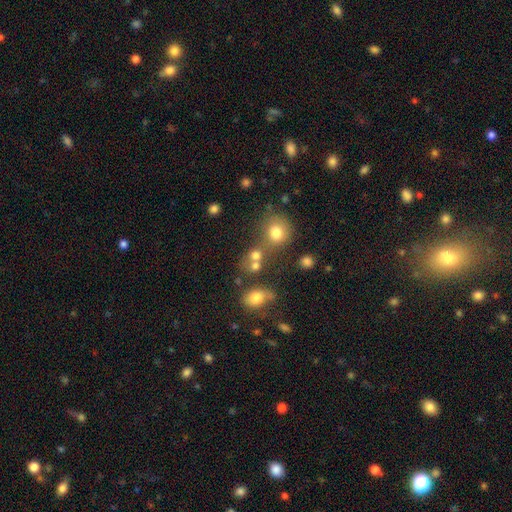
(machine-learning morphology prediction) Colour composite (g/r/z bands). It shows a smooth galaxy with no disk features (72%) that is round (74%). Merging: none (44%).